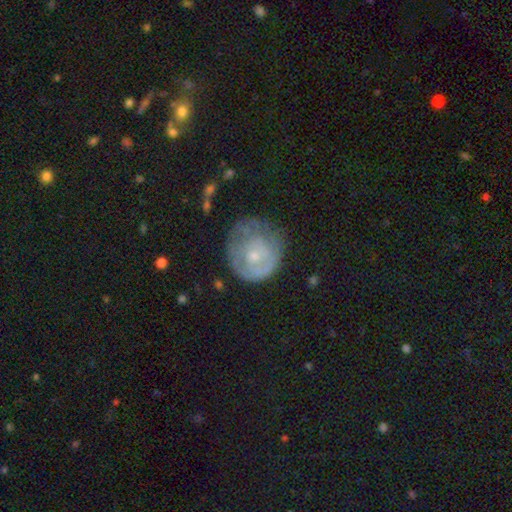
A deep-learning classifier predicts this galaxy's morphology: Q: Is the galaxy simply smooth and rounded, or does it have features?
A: featured or disk — 51%.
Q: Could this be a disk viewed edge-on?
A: no — 97%.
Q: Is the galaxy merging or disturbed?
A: none — 55%.